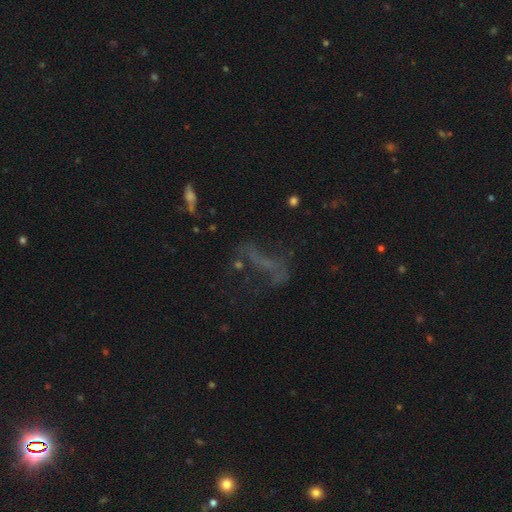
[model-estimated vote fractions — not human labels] A featured or disk galaxy (42%). Merging: none (43%).